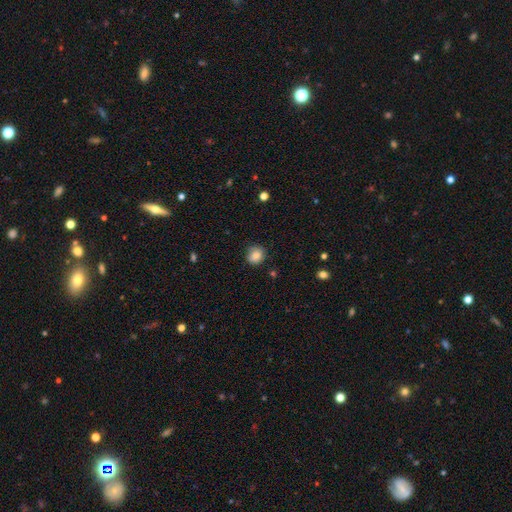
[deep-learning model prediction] smooth-or-featured: smooth: 84% | star or artifact: 9% | featured or disk: 7%
  how-rounded: round: 80% | in between: 19% | cigar-shaped: 1%
  merging: none: 81% | minor disturbance: 15% | major disturbance: 3% | merger: 1%